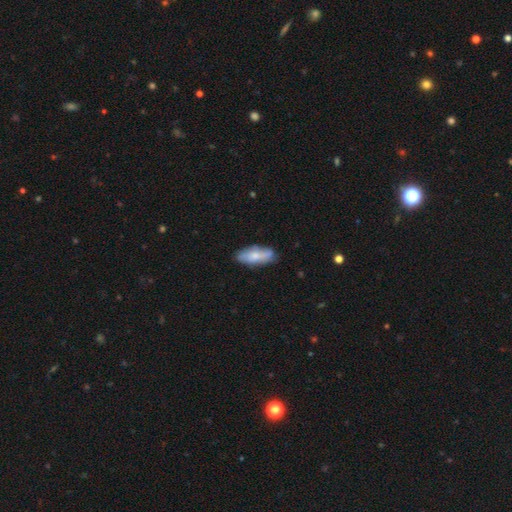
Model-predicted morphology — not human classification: The model was most divided on "smooth or featured": smooth: 66%, featured or disk: 28%, star or artifact: 6%. More confident: merging — none (73%); how rounded — in between (70%).